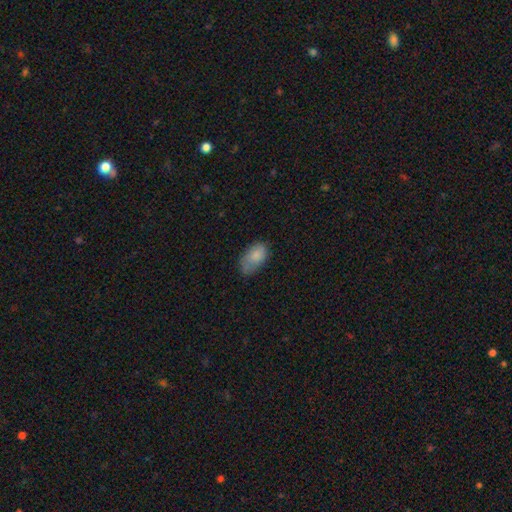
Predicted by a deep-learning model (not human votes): smooth 82%, featured or disk 11%, star or artifact 7%. Down the decision tree: how rounded — in between (93%); merging — none (50%).